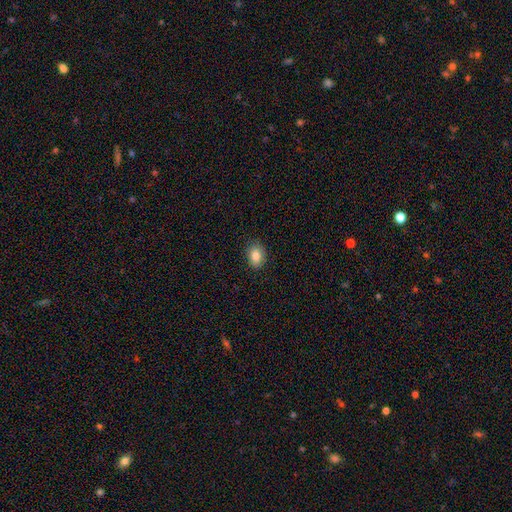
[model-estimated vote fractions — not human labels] This is clearly a smooth galaxy (86%). How rounded: likely in between (74%). Merging: clearly none (85%).